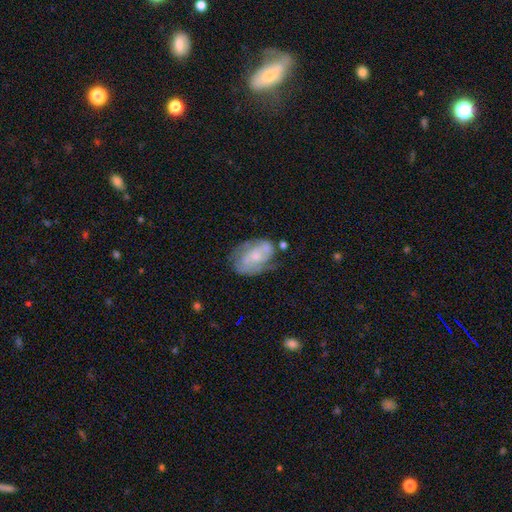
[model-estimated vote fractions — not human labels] This is likely a featured or disk galaxy (60%). It is clearly not viewed edge-on (96%). Bar: likely no (68%). Spiral arm pattern: likely yes (67%). Central bulge: likely small (60%). Merging: possibly none (50%).